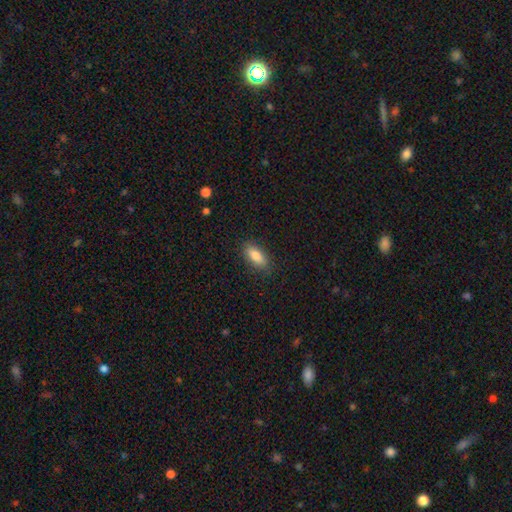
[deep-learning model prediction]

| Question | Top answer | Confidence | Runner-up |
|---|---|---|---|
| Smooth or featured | smooth | 82% | featured or disk (11%) |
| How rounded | in between | 85% | cigar-shaped (12%) |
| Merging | none | 86% | minor disturbance (10%) |